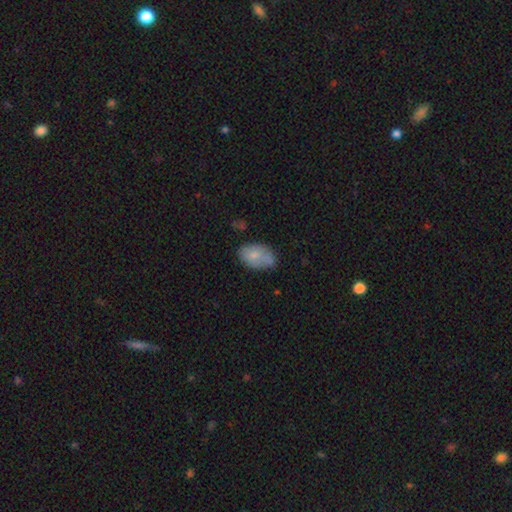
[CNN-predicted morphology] Smooth or featured: smooth — 75% (featured or disk — 17%)
How rounded: in between — 88% (round — 10%)
Merging: none — 52% (minor disturbance — 31%)